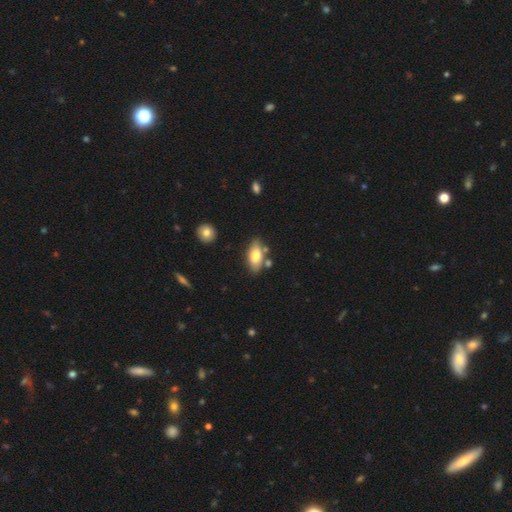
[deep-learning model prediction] Smooth or featured?
  - smooth: 76% *
  - featured or disk: 18%
  - star or artifact: 7%
How rounded?
  - in between: 88% *
  - cigar-shaped: 9%
  - round: 3%
Merging?
  - none: 73% *
  - minor disturbance: 15%
  - merger: 9%
  - major disturbance: 3%